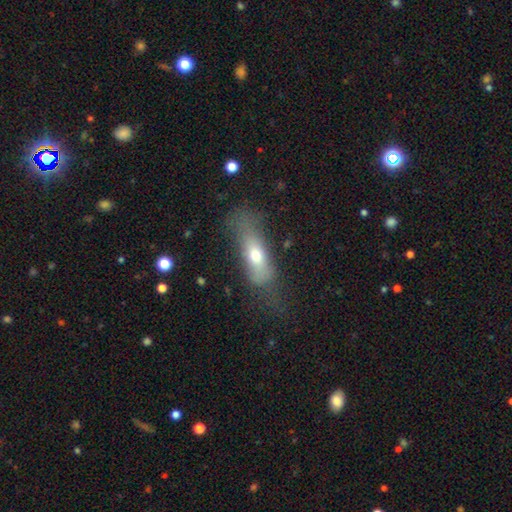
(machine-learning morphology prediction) Smooth or featured: smooth — 61% (featured or disk — 30%)
How rounded: in between — 56% (cigar-shaped — 39%)
Merging: none — 41% (minor disturbance — 29%)